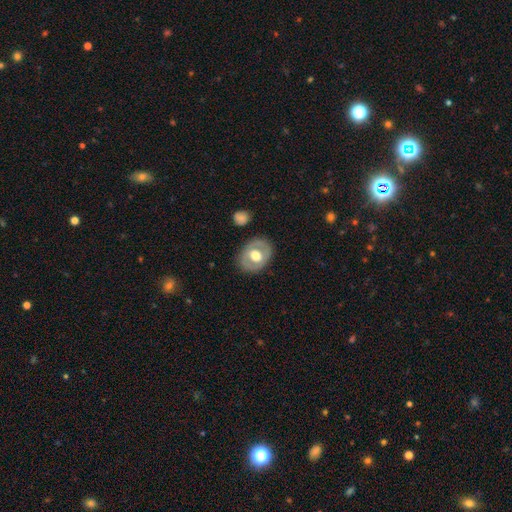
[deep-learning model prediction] This appears to be a featured or disk galaxy (52%). Merging: none (82%).